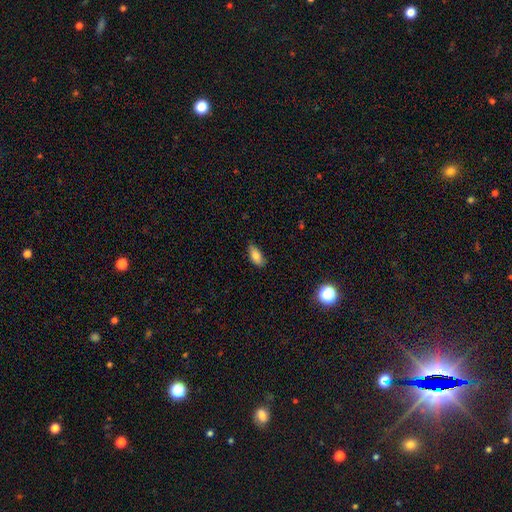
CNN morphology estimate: Overall: smooth (82%). How rounded: in between (86%). Merging: none (78%).